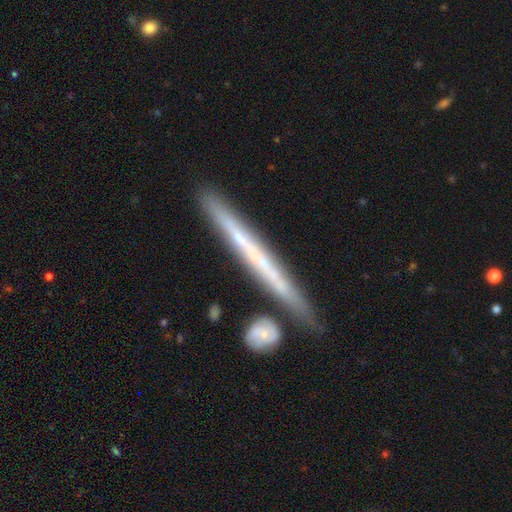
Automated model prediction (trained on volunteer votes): This appears to be a featured or disk galaxy (64%) viewed edge-on (94%) with no central bulge (84%). Merging: none (79%).